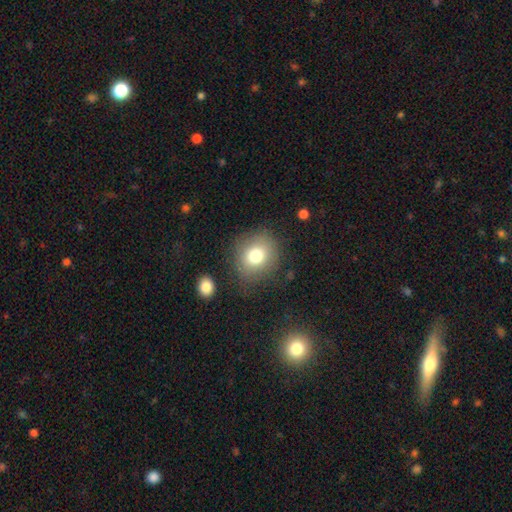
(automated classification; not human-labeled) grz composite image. It shows a smooth galaxy with no disk features (77%) that is round (74%). Merging: none (78%).